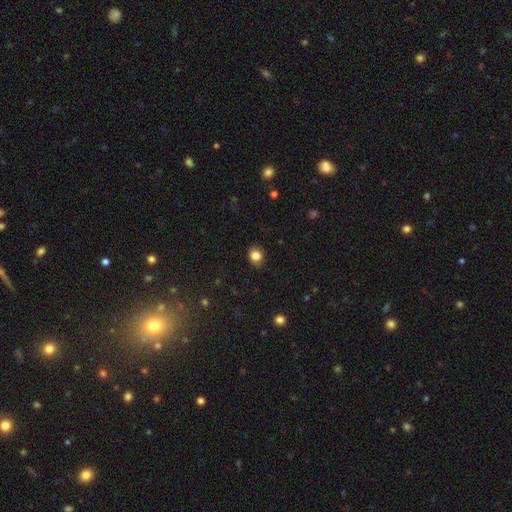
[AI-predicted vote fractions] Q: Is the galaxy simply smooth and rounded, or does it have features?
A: smooth — 84%.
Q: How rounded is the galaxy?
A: round — 57%.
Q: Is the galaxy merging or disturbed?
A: none — 88%.